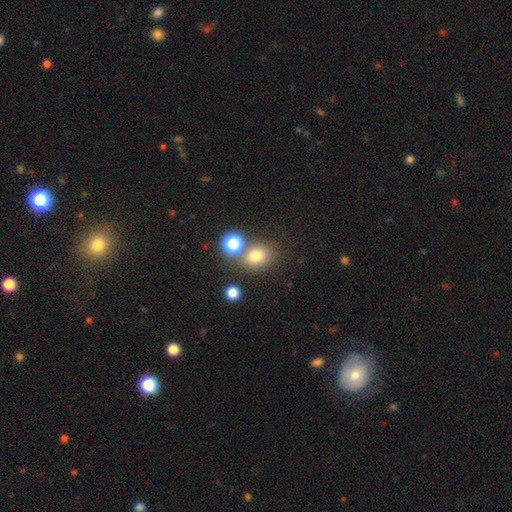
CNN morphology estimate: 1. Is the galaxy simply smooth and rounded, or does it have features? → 74% smooth, 17% star or artifact, 9% featured or disk.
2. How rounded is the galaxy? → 67% round, 32% in between, 1% cigar-shaped.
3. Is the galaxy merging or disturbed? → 67% none, 18% merger, 11% minor disturbance, 4% major disturbance.